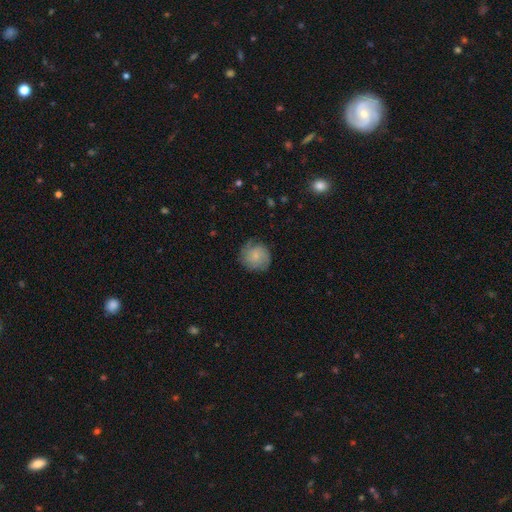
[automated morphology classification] Smooth or featured? smooth (64%)
How rounded? round (88%)
Merging? none (69%)